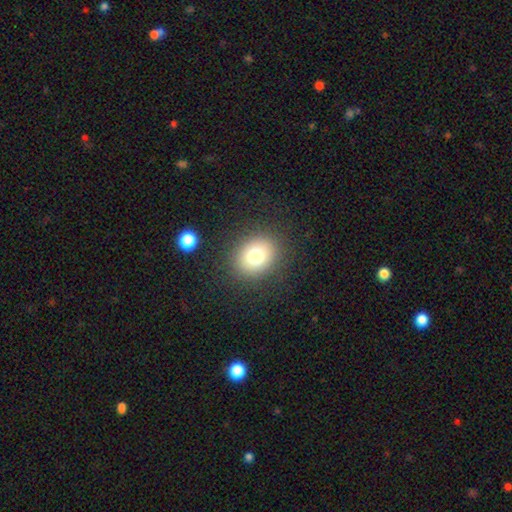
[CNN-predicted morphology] Q: Smooth or featured?
A: smooth (76%); runner-up: star or artifact (13%)
Q: How rounded?
A: round (62%); runner-up: in between (37%)
Q: Merging?
A: none (87%); runner-up: minor disturbance (8%)